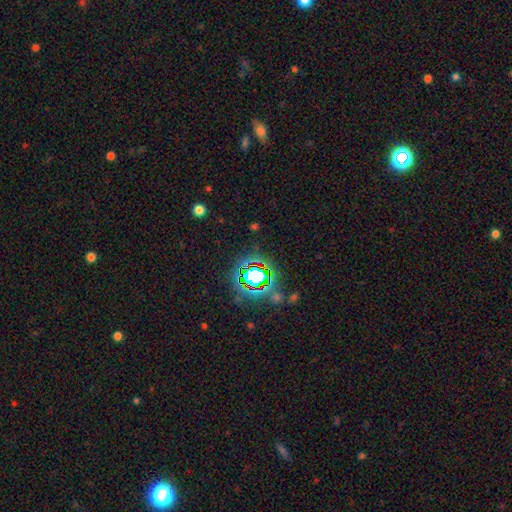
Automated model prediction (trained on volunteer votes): Overall: star or artifact (77%).